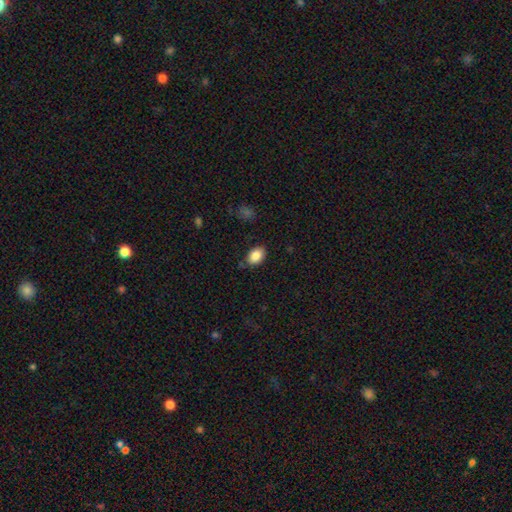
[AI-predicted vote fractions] Morphology: type=smooth (87%); roundness=in between (85%); merging=none (81%).